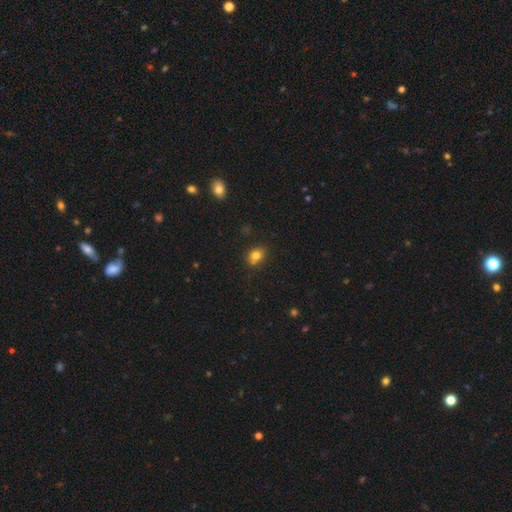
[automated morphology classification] Smooth or featured?
  - smooth: 79% *
  - star or artifact: 13%
  - featured or disk: 8%
How rounded?
  - round: 50% *
  - in between: 49%
  - cigar-shaped: 1%
Merging?
  - none: 68% *
  - minor disturbance: 16%
  - merger: 12%
  - major disturbance: 4%